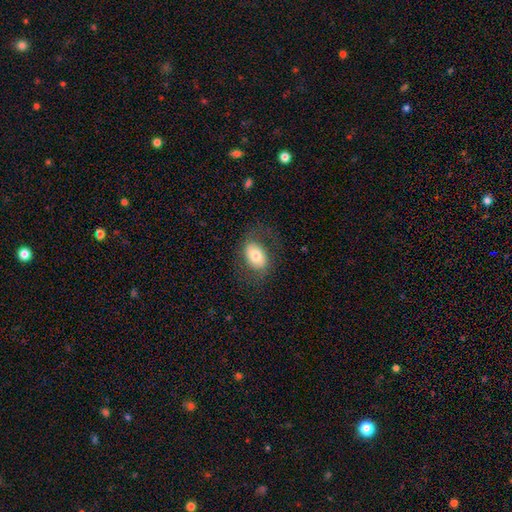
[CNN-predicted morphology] Smooth or featured: smooth — 67% (featured or disk — 26%)
How rounded: in between — 82% (round — 17%)
Merging: none — 72% (minor disturbance — 17%)